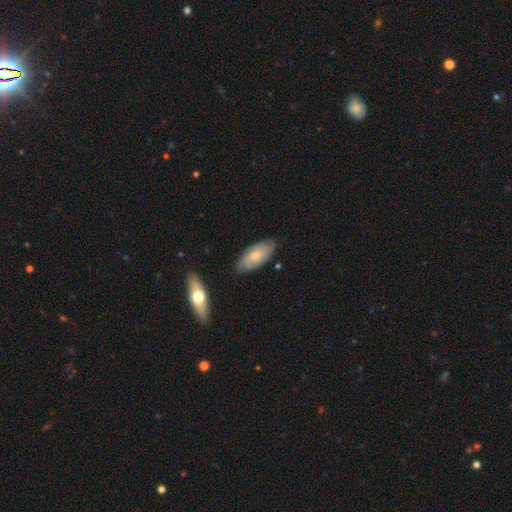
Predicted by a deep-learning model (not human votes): The model was most divided on "smooth or featured": smooth: 53%, featured or disk: 41%, star or artifact: 6%. More confident: how rounded — in between (90%); merging — none (76%).